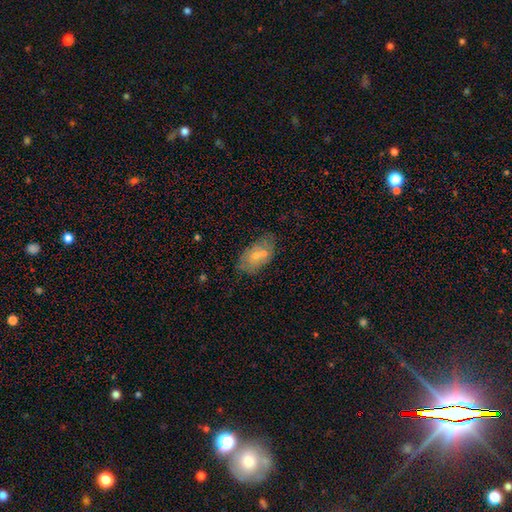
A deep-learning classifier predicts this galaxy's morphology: A smooth galaxy with no disk features (54%) that is in between round and cigar-shaped (89%). Merging: none (64%).